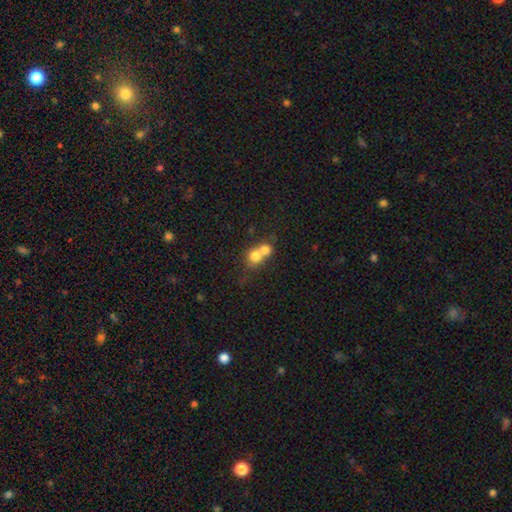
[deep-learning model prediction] A smooth galaxy with no disk features (74%) that is round (80%).

Vote fractions:
- Smooth or featured? smooth: 74% / featured or disk: 16% / star or artifact: 10%
- How rounded? round: 80% / in between: 19% / cigar-shaped: 1%
- Merging? merger: 69% / none: 23% / minor disturbance: 5% / major disturbance: 3%